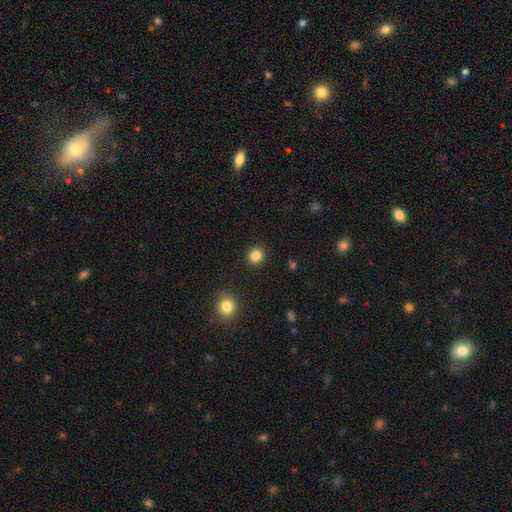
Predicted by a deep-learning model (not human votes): smooth 84%, star or artifact 11%, featured or disk 5%. Down the decision tree: how rounded — round (82%); merging — none (91%).